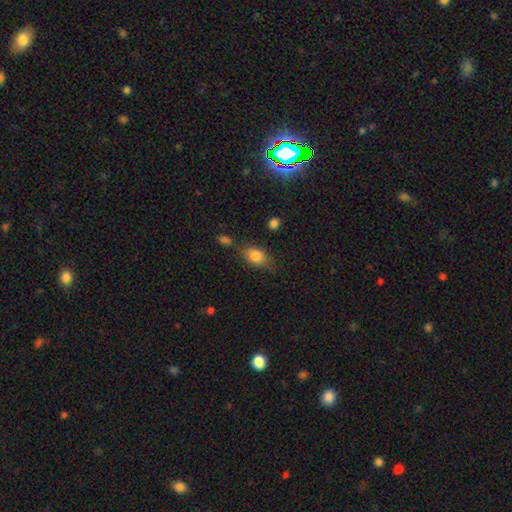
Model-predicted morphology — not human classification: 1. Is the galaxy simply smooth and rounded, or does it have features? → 82% smooth, 10% featured or disk, 9% star or artifact.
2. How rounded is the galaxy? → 81% in between, 15% round, 4% cigar-shaped.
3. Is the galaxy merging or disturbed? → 66% none, 22% minor disturbance, 6% merger, 6% major disturbance.